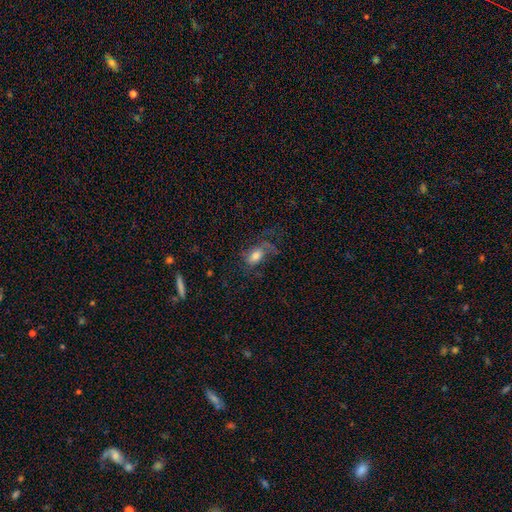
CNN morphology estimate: The model was most divided on "merging": major disturbance: 40%, none: 37%, minor disturbance: 19%, merger: 3%. More confident: how rounded — in between (84%); smooth or featured — smooth (57%).